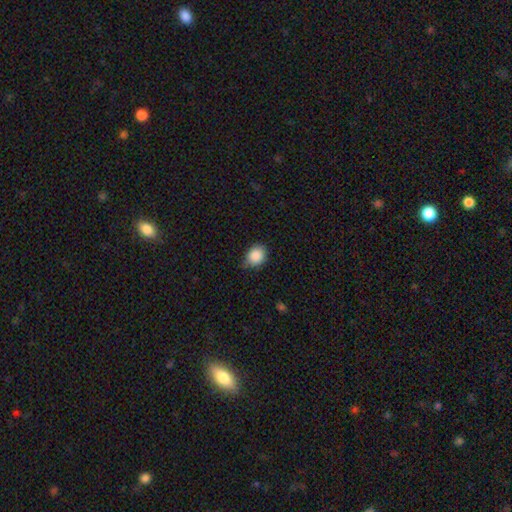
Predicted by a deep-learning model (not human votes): Morphology: type=smooth (88%); roundness=round (54%); merging=none (70%).